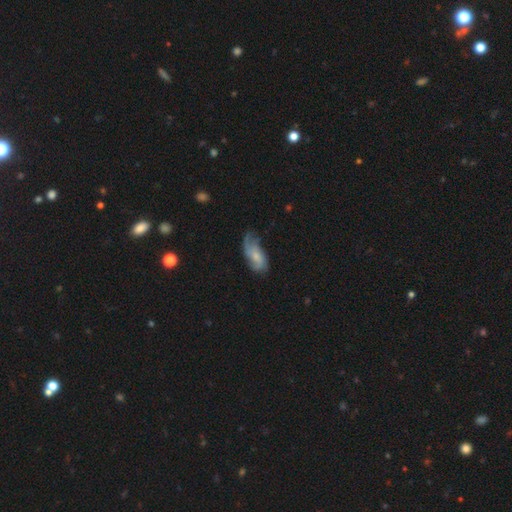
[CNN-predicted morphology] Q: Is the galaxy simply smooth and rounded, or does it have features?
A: smooth — 48%.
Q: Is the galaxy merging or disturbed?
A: none — 42%.